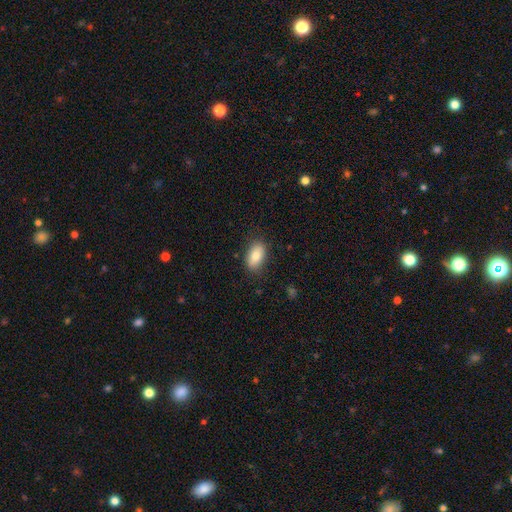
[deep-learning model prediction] Q: Smooth or featured?
A: smooth (83%); runner-up: featured or disk (10%)
Q: How rounded?
A: in between (91%); runner-up: round (6%)
Q: Merging?
A: none (83%); runner-up: minor disturbance (13%)